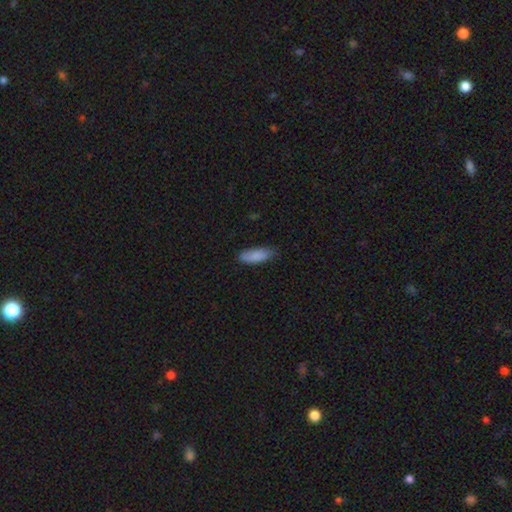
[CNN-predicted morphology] This is clearly a smooth galaxy (87%). How rounded: likely in between (67%). Merging: likely none (75%).